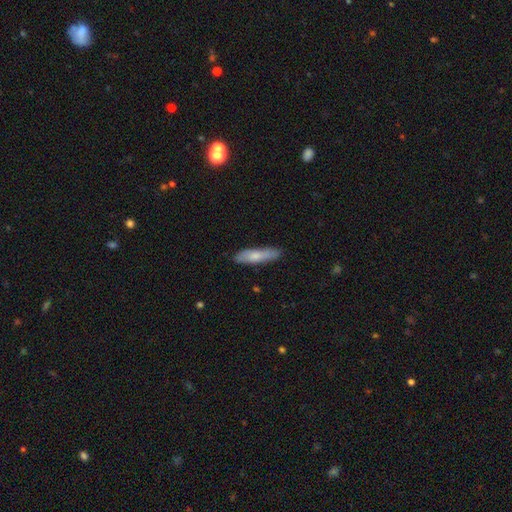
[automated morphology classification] Smooth or featured: smooth — 70% (featured or disk — 25%)
How rounded: cigar-shaped — 72% (in between — 26%)
Merging: none — 82% (minor disturbance — 14%)